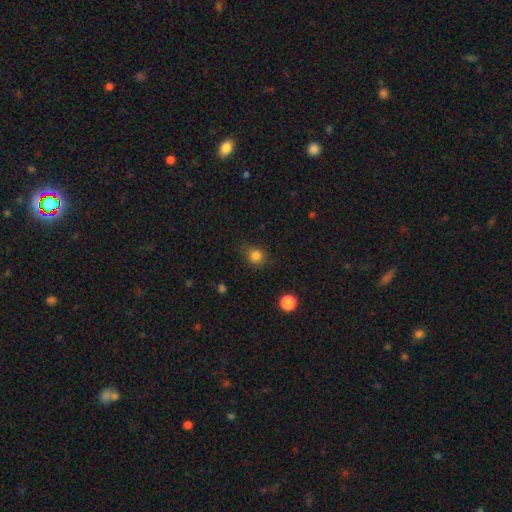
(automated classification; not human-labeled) Overall: smooth (82%). How rounded: round (79%). Merging: none (74%).